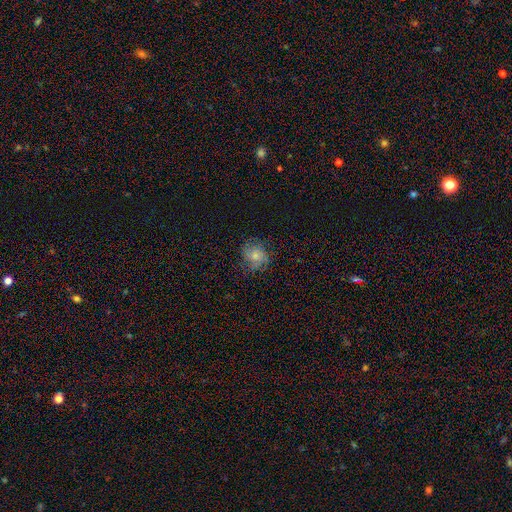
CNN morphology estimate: type=smooth (59%); roundness=round (75%); merging=none (71%).